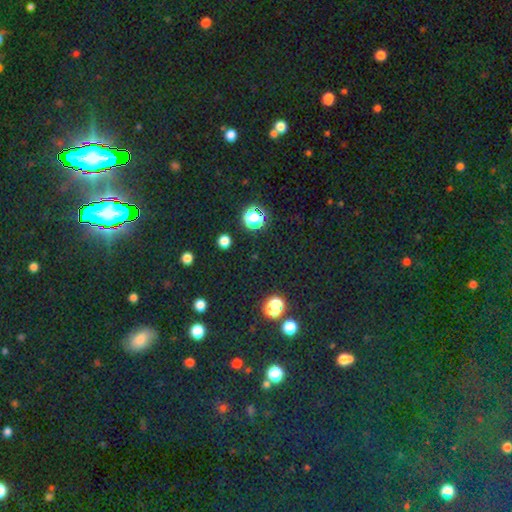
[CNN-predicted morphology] A star or artifact, not a galaxy (76%).

Vote fractions:
- Smooth or featured? star or artifact: 76% / smooth: 16% / featured or disk: 8%